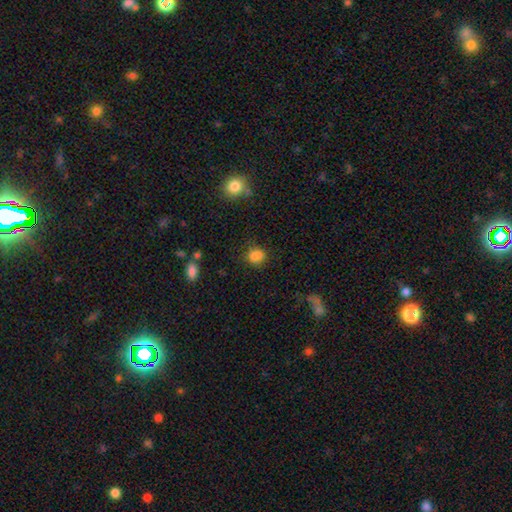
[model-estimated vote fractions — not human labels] A smooth galaxy with no disk features (81%) that is round (56%). Merging: none (64%).